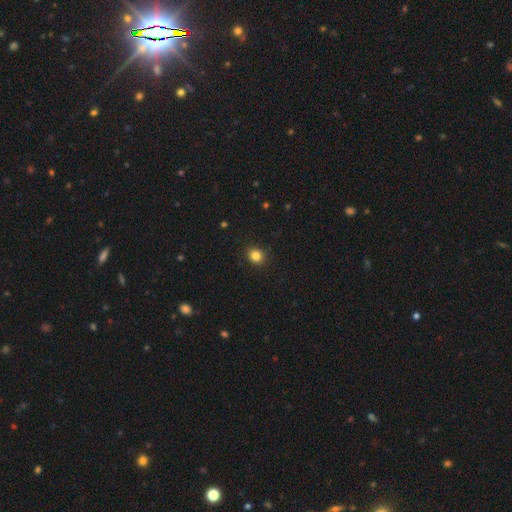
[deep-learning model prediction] smooth 84%, star or artifact 11%, featured or disk 4%. Down the decision tree: how rounded — round (80%); merging — none (91%).